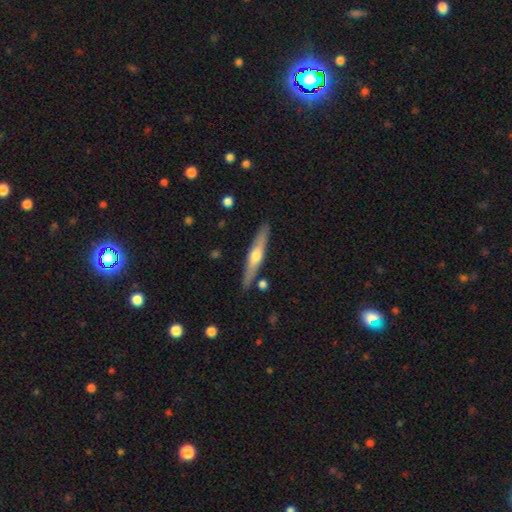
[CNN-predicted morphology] Q: Smooth or featured?
A: featured or disk (62%); runner-up: smooth (33%)
Q: Edge-on disk?
A: yes (95%); runner-up: no (5%)
Q: Edge-on bulge?
A: rounded (91%); runner-up: none (6%)
Q: Merging?
A: none (87%); runner-up: minor disturbance (8%)